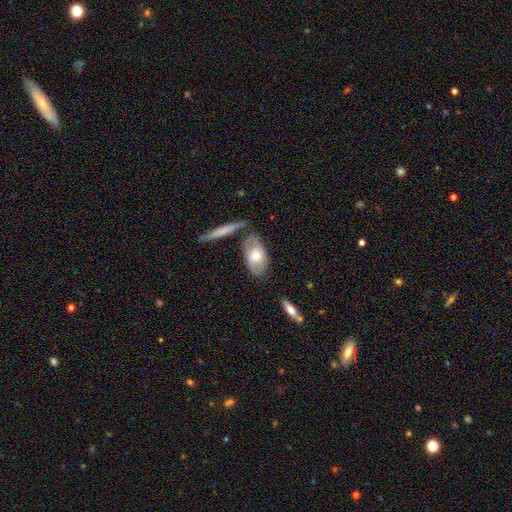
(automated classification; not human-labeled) This is possibly a smooth galaxy (55%). How rounded: clearly in between (86%). Merging: likely none (62%).